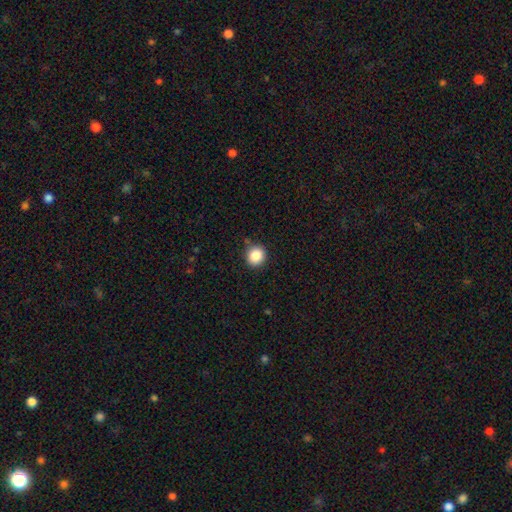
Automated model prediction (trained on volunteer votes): Overall: smooth (86%). How rounded: round (88%). Merging: none (86%).